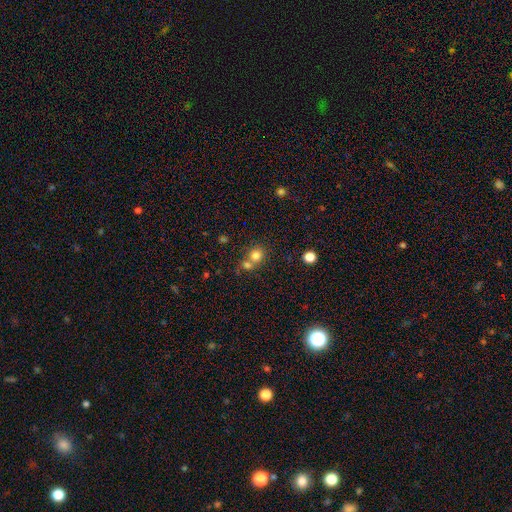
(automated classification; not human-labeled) A smooth galaxy with no disk features (78%) that is round (83%). Merging: none (48%).